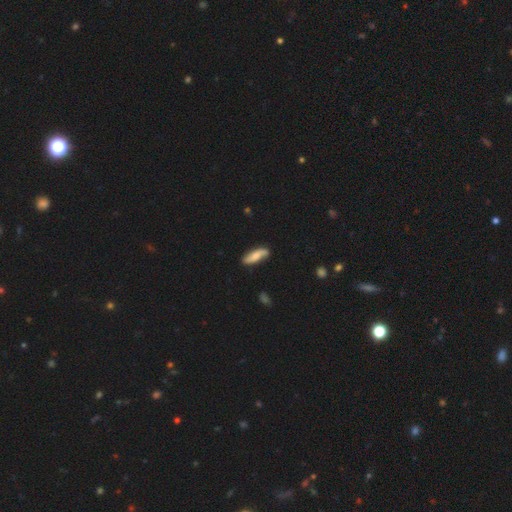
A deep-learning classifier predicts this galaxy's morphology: Smooth or featured?
  - smooth: 50% *
  - featured or disk: 43%
  - star or artifact: 6%
How rounded?
  - in between: 59% *
  - cigar-shaped: 38%
  - round: 3%
Merging?
  - none: 78% *
  - minor disturbance: 17%
  - major disturbance: 3%
  - merger: 2%